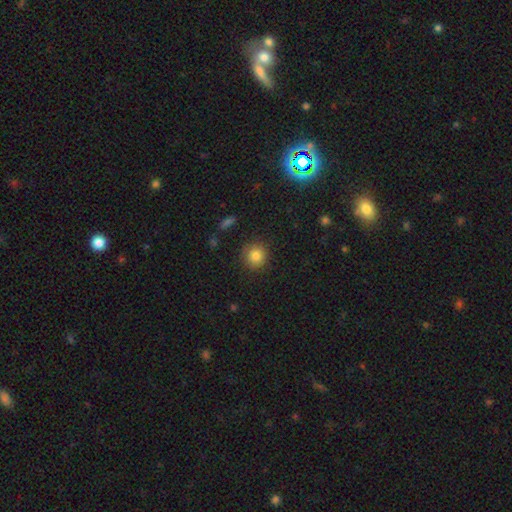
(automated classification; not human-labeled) Q: Smooth or featured?
A: smooth (83%); runner-up: star or artifact (11%)
Q: How rounded?
A: round (91%); runner-up: in between (8%)
Q: Merging?
A: none (88%); runner-up: minor disturbance (8%)